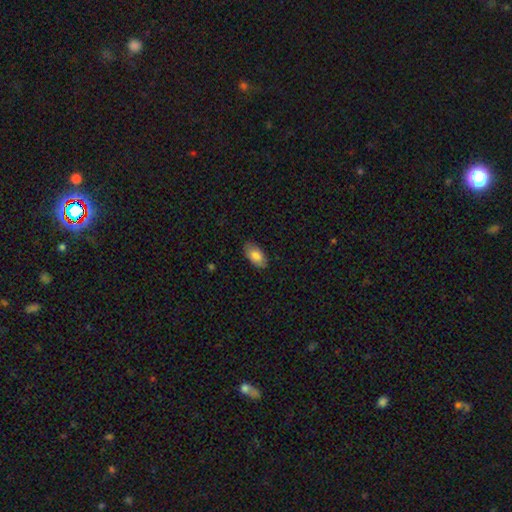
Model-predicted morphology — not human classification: Q: Smooth or featured?
A: smooth (82%); runner-up: featured or disk (12%)
Q: How rounded?
A: in between (93%); runner-up: round (3%)
Q: Merging?
A: none (83%); runner-up: minor disturbance (14%)